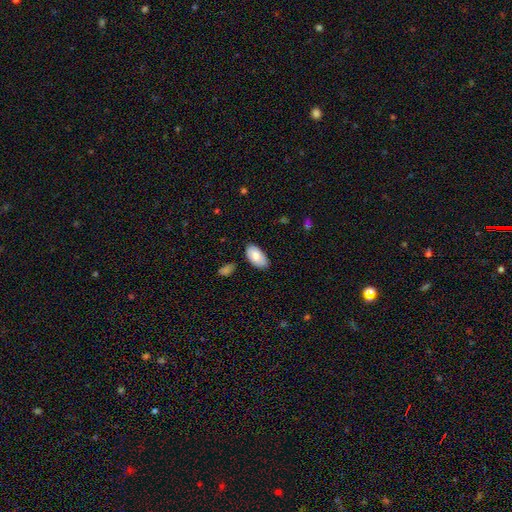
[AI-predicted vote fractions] The model was most divided on "smooth or featured": smooth: 76%, featured or disk: 18%, star or artifact: 6%. More confident: how rounded — in between (95%); merging — none (77%).